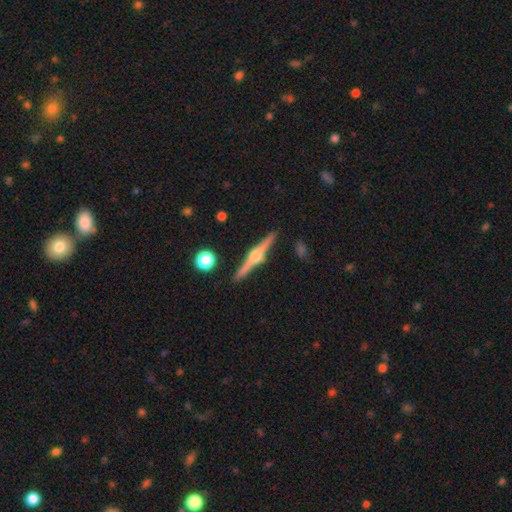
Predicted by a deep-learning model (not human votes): Morphology: type=featured or disk (86%); edge-on=yes (99%); edge-on bulge=rounded (95%); merging=none (92%).